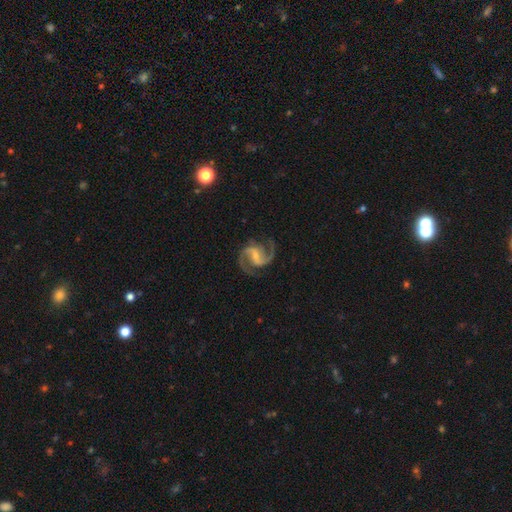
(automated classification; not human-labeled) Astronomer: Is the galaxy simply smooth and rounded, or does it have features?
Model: featured or disk — 93%.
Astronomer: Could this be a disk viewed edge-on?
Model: no — 98%.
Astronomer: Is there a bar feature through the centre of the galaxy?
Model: weak — 49% (runner-up: strong, 30%).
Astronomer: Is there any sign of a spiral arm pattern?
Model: yes — 98%.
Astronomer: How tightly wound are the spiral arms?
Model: medium — 64%.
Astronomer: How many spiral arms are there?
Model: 2 — 90%.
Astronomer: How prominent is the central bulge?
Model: small — 59%.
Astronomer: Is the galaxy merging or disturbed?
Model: none — 80%.